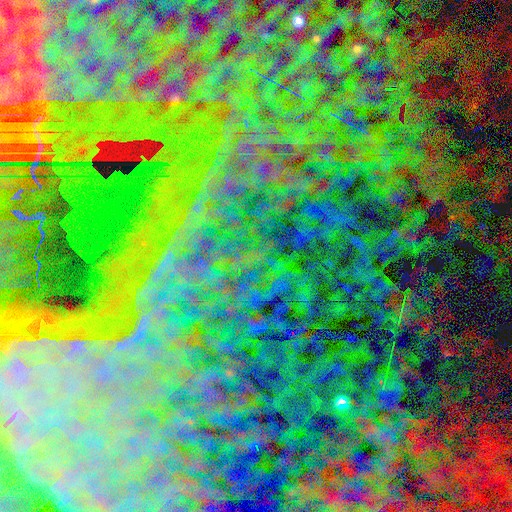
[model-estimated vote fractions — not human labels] Smooth or featured? star or artifact (87%)